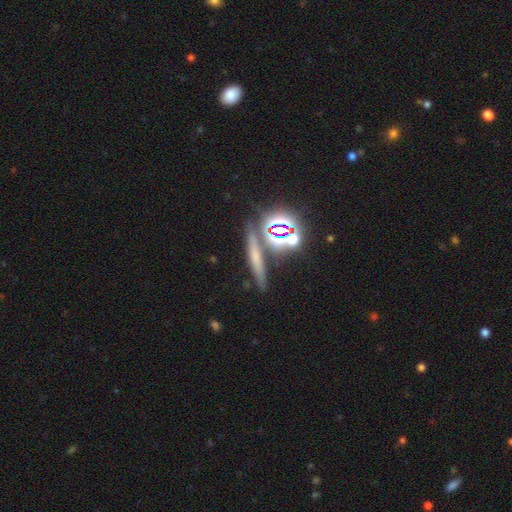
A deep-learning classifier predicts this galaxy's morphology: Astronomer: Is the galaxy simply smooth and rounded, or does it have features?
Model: smooth — 40% (runner-up: star or artifact, 36%).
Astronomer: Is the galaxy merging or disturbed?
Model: none — 77%.